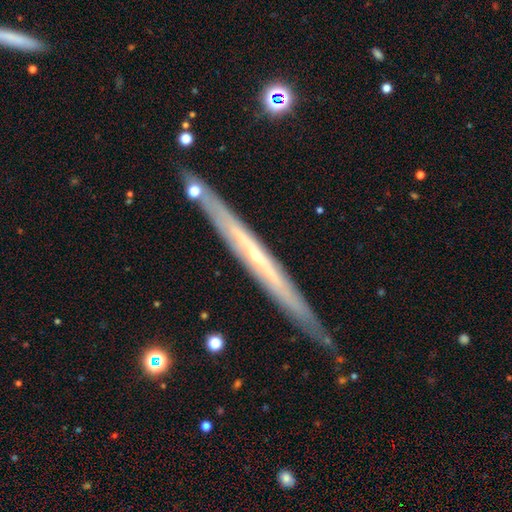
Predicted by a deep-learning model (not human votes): smooth-or-featured: featured or disk: 76% | smooth: 17% | star or artifact: 7%
  disk-edge-on: yes: 93% | no: 7%
    edge-on-bulge: none: 62% | rounded: 35% | boxy: 3%
  merging: none: 84% | minor disturbance: 12% | merger: 2% | major disturbance: 2%